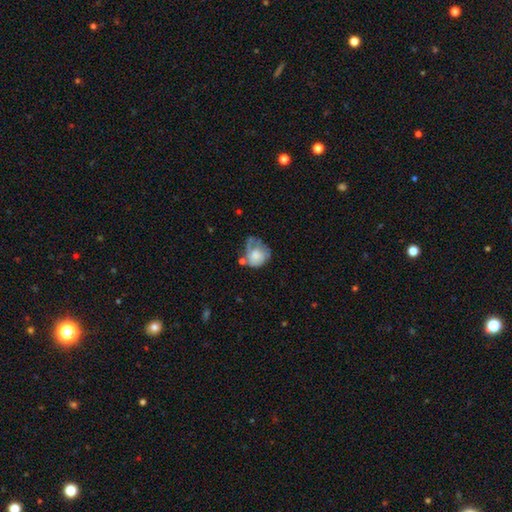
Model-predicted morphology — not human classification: smooth 59%, featured or disk 33%, star or artifact 8%. Down the decision tree: how rounded — round (57%); merging — major disturbance (34%).